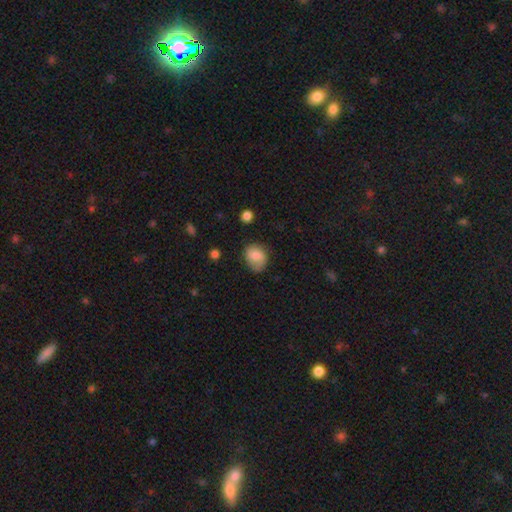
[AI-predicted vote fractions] The model was most divided on "how rounded": round: 54%, in between: 45%, cigar-shaped: 1%. More confident: smooth or featured — smooth (78%); merging — none (57%).